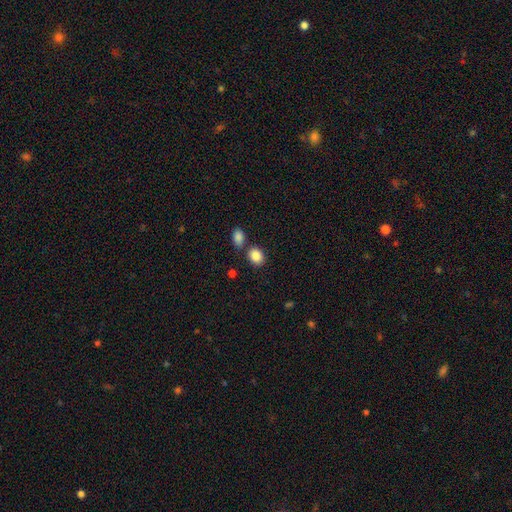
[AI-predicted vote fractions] smooth_or_featured: smooth (p=0.87) [alt: star or artifact p=0.09]
how_rounded: in between (p=0.55) [alt: round p=0.44]
merging: none (p=0.68) [alt: merger p=0.18]